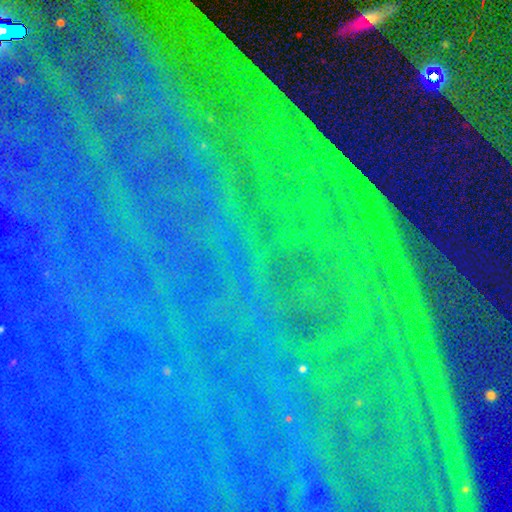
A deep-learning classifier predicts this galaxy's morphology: This appears to be a star or artifact, not a galaxy (87%).